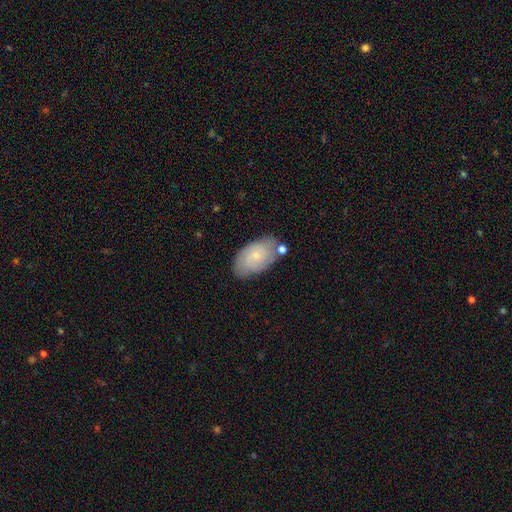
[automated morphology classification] A featured or disk galaxy (47%).

Vote fractions:
- Smooth or featured? featured or disk: 47% / smooth: 46% / star or artifact: 7%
- Merging? none: 68% / minor disturbance: 20% / merger: 7% / major disturbance: 5%